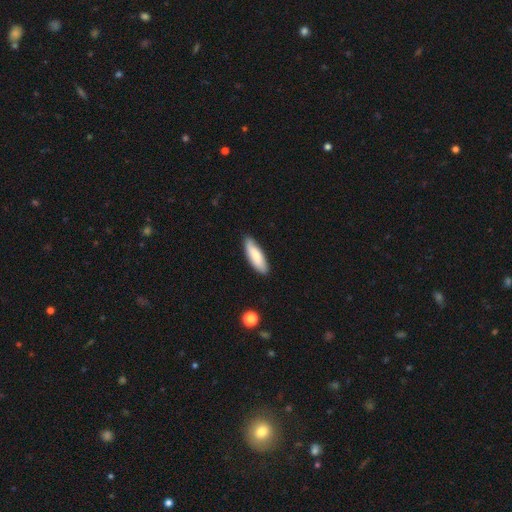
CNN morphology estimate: smooth-or-featured: smooth: 79% | featured or disk: 15% | star or artifact: 6%
  how-rounded: in between: 51% | cigar-shaped: 48% | round: 2%
  merging: none: 84% | minor disturbance: 13% | major disturbance: 2% | merger: 1%